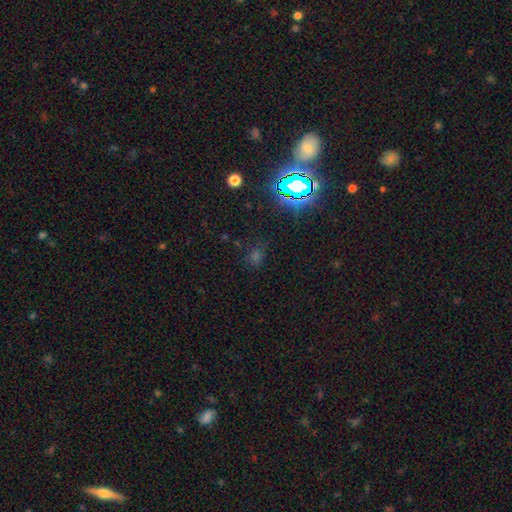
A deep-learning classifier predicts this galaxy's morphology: Overall: star or artifact (59%; smooth 33%).